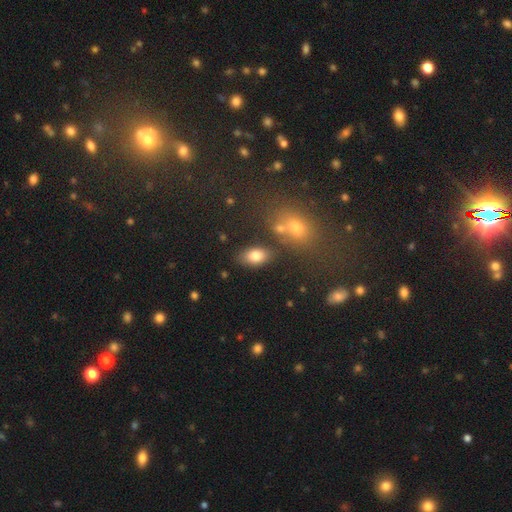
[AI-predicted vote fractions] Q: Smooth or featured?
A: smooth (80%); runner-up: featured or disk (10%)
Q: How rounded?
A: in between (88%); runner-up: round (10%)
Q: Merging?
A: none (78%); runner-up: minor disturbance (12%)